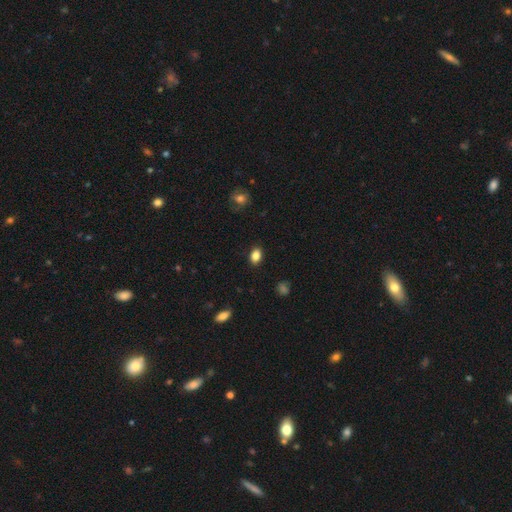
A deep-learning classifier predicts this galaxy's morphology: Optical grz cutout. It shows a smooth galaxy with no disk features (86%) that is in between round and cigar-shaped (79%). Merging: none (87%).